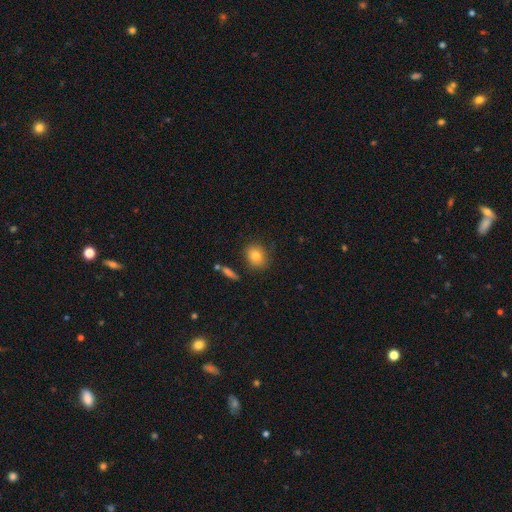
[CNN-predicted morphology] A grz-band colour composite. It shows a smooth galaxy with no disk features (80%) that is round (65%). Merging: none (81%).